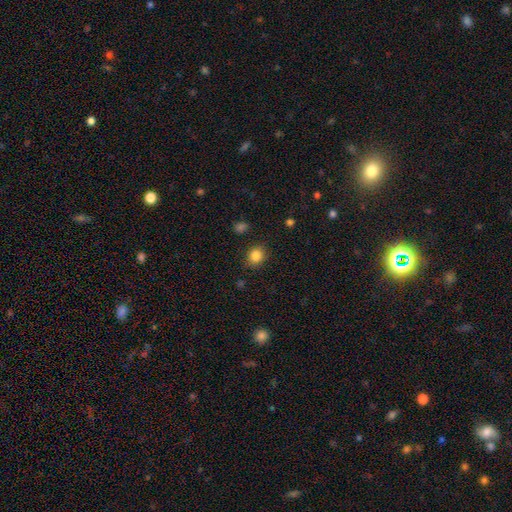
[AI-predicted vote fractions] smooth-or-featured: smooth: 84% | star or artifact: 11% | featured or disk: 5%
  how-rounded: round: 66% | in between: 33% | cigar-shaped: 1%
  merging: none: 85% | minor disturbance: 10% | major disturbance: 3% | merger: 2%